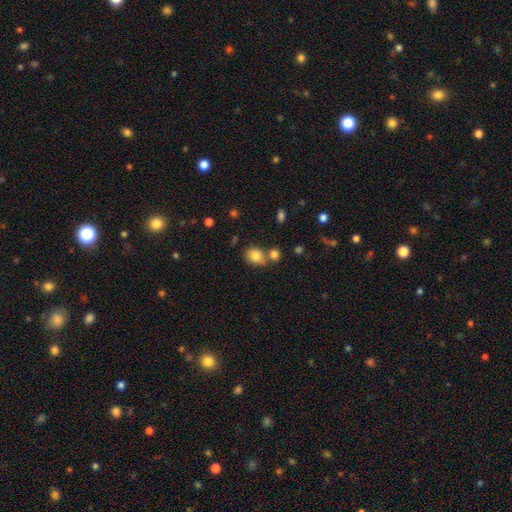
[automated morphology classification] Overall: smooth (82%). How rounded: in between (52%; round 47%). Merging: none (54%; merger 27%).